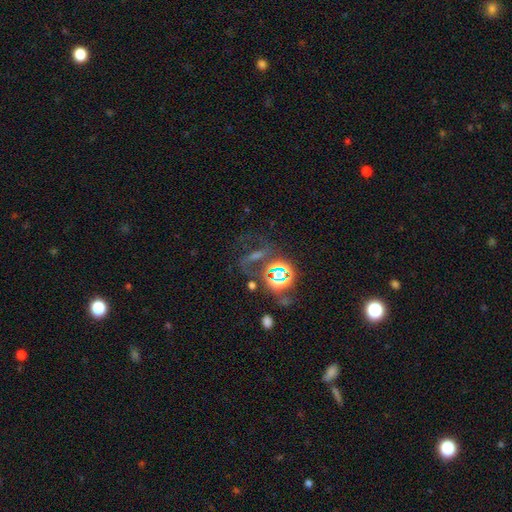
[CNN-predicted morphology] A star or artifact, not a galaxy (45%).